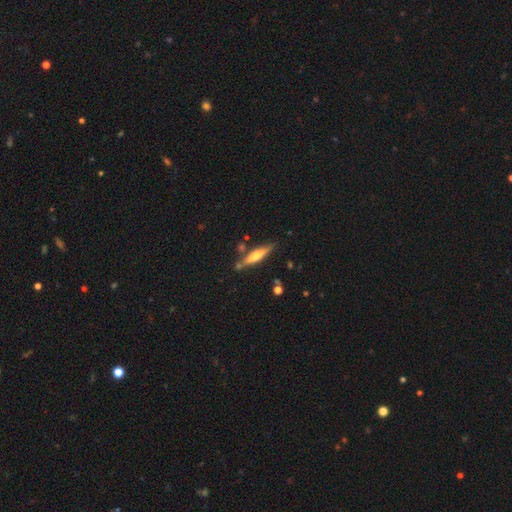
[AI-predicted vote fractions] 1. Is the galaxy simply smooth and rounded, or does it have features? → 49% featured or disk, 45% smooth, 6% star or artifact.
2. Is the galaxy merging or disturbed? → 76% none, 13% minor disturbance, 8% merger, 3% major disturbance.